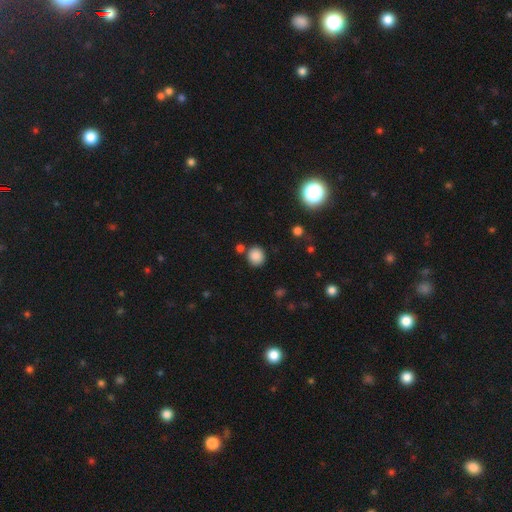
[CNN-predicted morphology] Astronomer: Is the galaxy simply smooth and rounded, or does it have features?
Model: smooth — 85%.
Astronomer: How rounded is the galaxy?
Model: round — 84%.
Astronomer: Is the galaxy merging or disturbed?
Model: none — 80%.